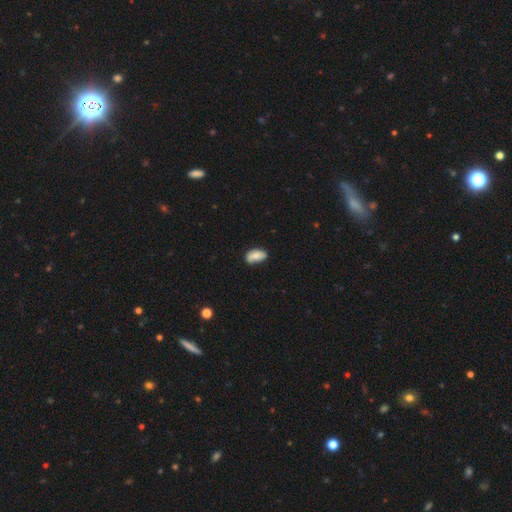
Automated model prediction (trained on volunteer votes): A smooth galaxy with no disk features (73%) that is in between round and cigar-shaped (92%). Merging: none (59%).